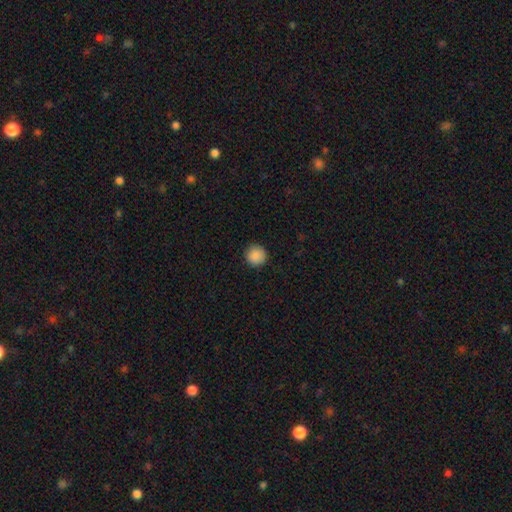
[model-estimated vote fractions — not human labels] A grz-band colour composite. It shows a smooth galaxy with no disk features (89%) that is round (95%). Merging: none (91%).